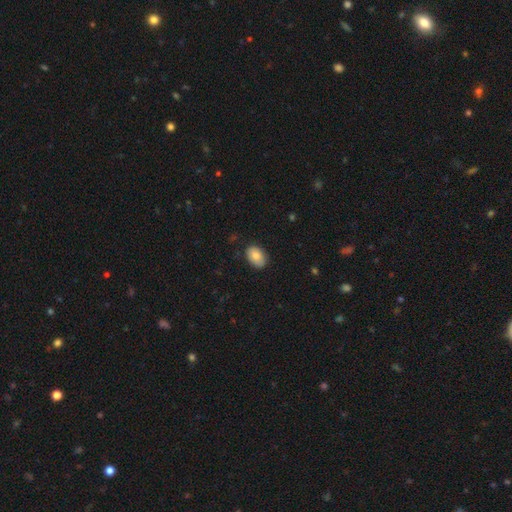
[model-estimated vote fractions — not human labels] Smooth or featured: smooth — 81% (featured or disk — 12%)
How rounded: in between — 85% (round — 14%)
Merging: none — 84% (minor disturbance — 13%)